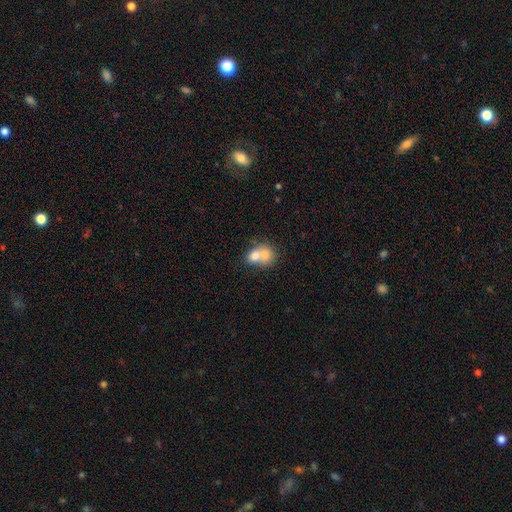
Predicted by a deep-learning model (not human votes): Overall: smooth (72%). How rounded: round (55%; in between 44%). Merging: merger (71%).